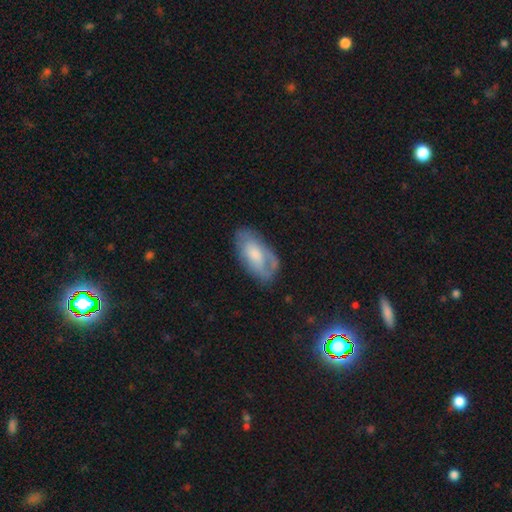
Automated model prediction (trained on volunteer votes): A smooth galaxy with no disk features (57%) that is in between round and cigar-shaped (92%). Merging: none (64%).